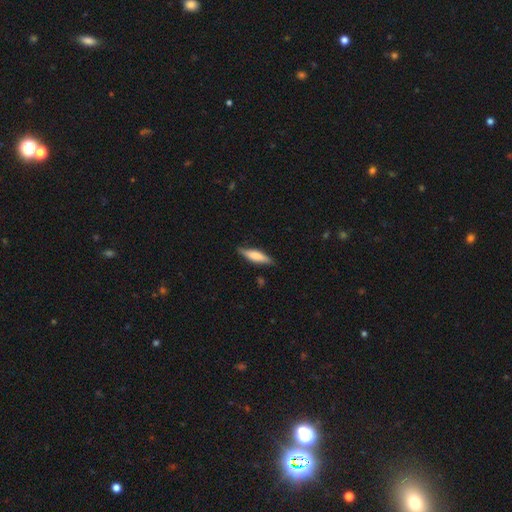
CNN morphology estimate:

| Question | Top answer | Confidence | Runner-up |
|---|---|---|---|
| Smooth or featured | smooth | 57% | featured or disk (37%) |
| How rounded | cigar-shaped | 73% | in between (25%) |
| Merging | none | 83% | minor disturbance (13%) |